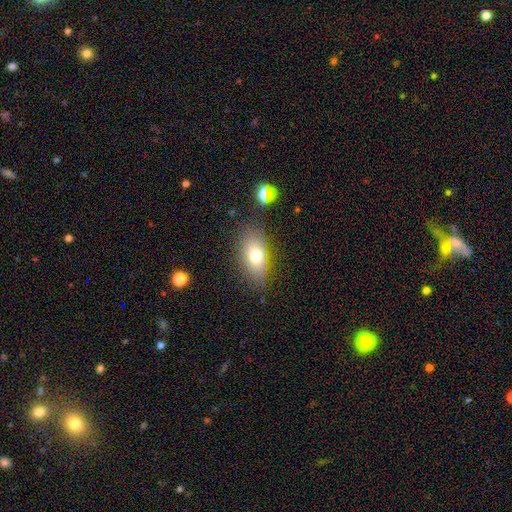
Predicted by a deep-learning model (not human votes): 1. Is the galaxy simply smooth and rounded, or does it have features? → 70% smooth, 18% featured or disk, 11% star or artifact.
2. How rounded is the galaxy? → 84% in between, 11% round, 4% cigar-shaped.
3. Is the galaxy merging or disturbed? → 76% none, 16% minor disturbance, 5% major disturbance, 3% merger.